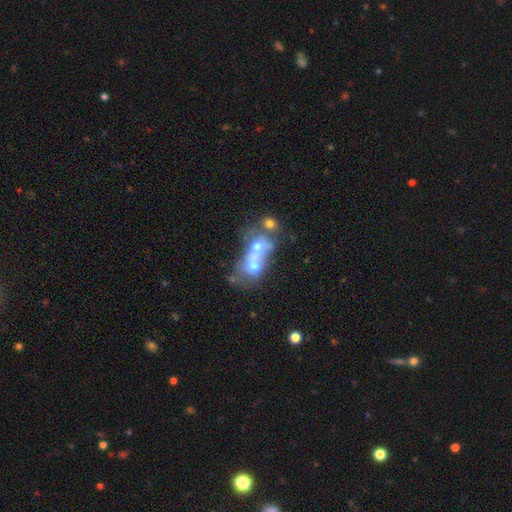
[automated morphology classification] Smooth or featured?
  - smooth: 43% *
  - featured or disk: 41%
  - star or artifact: 16%
Merging?
  - merger: 72% *
  - none: 14%
  - major disturbance: 9%
  - minor disturbance: 6%